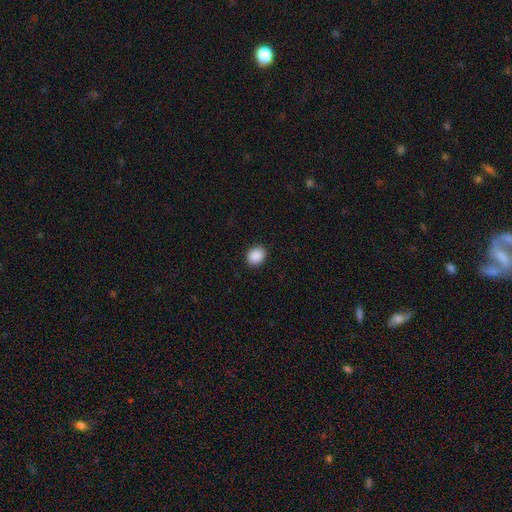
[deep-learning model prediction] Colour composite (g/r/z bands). It shows a smooth galaxy with no disk features (90%) that is round (59%). Merging: none (91%).